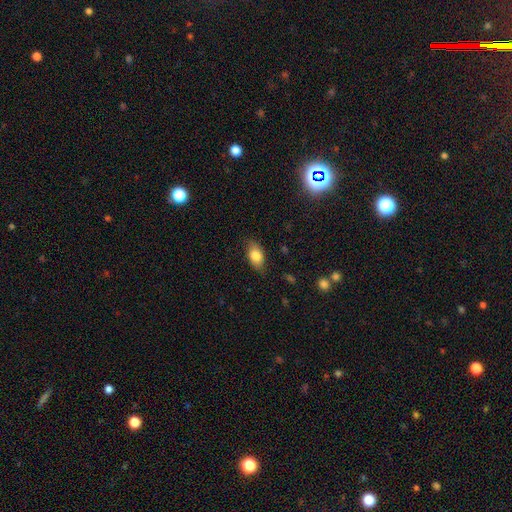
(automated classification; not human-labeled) smooth-or-featured: smooth: 82% | featured or disk: 11% | star or artifact: 7%
  how-rounded: in between: 89% | round: 8% | cigar-shaped: 3%
  merging: none: 81% | minor disturbance: 15% | major disturbance: 3% | merger: 1%